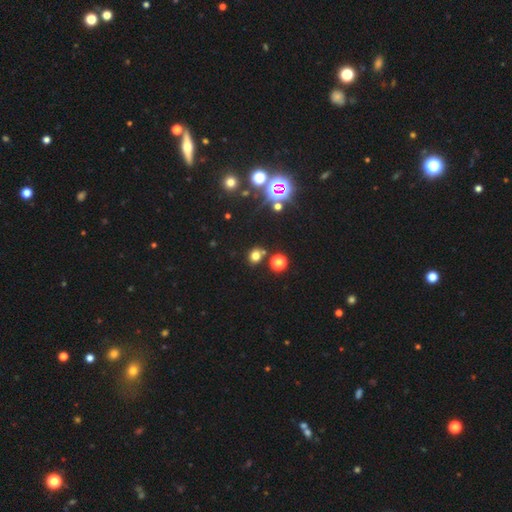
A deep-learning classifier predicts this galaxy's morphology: A smooth galaxy with no disk features (68%) that is round (69%).

Vote fractions:
- Smooth or featured? smooth: 68% / star or artifact: 25% / featured or disk: 7%
- How rounded? round: 69% / in between: 30% / cigar-shaped: 1%
- Merging? none: 73% / merger: 14% / minor disturbance: 9% / major disturbance: 3%